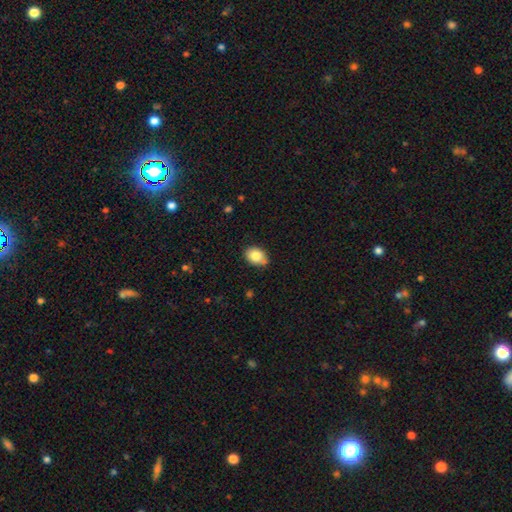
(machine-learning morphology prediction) type=smooth (81%); roundness=in between (65%); merging=none (74%).